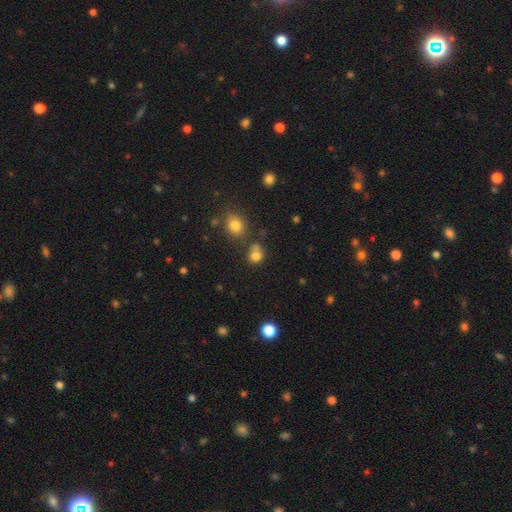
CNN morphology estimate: Smooth or featured? smooth (77%)
How rounded? round (70%)
Merging? none (50%)